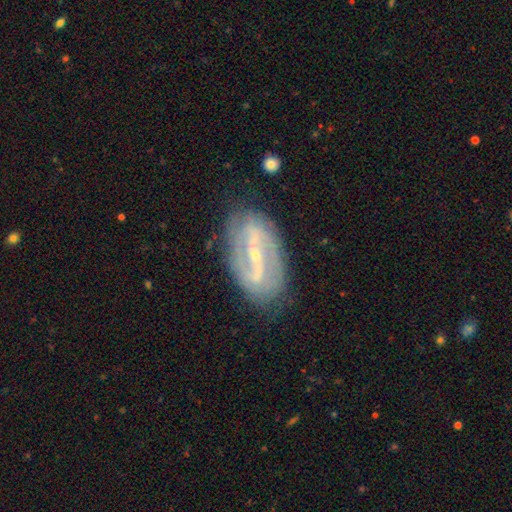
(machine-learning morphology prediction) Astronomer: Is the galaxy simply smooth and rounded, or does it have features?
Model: featured or disk — 85%.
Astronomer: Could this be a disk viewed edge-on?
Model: no — 92%.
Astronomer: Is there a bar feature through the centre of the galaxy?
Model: strong — 64%.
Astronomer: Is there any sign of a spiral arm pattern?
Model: yes — 87%.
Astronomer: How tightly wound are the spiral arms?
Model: medium — 41% (runner-up: loose, 30%).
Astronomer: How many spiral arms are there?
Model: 2 — 85%.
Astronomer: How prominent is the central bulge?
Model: small — 76%.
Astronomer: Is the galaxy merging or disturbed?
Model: none — 81%.